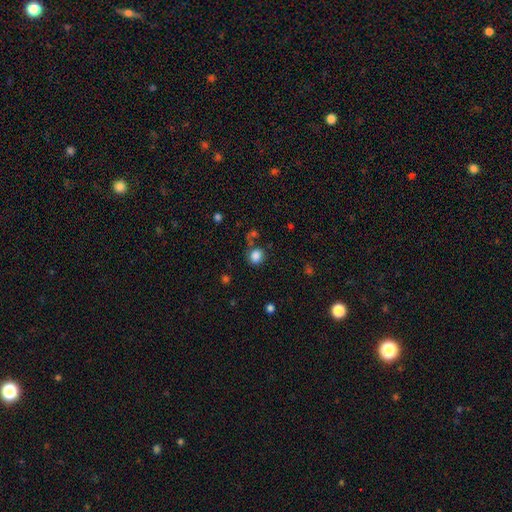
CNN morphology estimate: The model was most divided on "how rounded": round: 74%, in between: 25%, cigar-shaped: 1%. More confident: smooth or featured — smooth (84%); merging — none (71%).